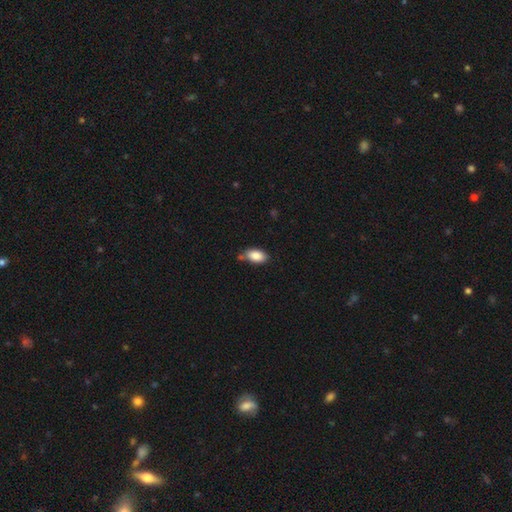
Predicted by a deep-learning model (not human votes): Overall: smooth (87%). How rounded: in between (93%). Merging: none (65%).